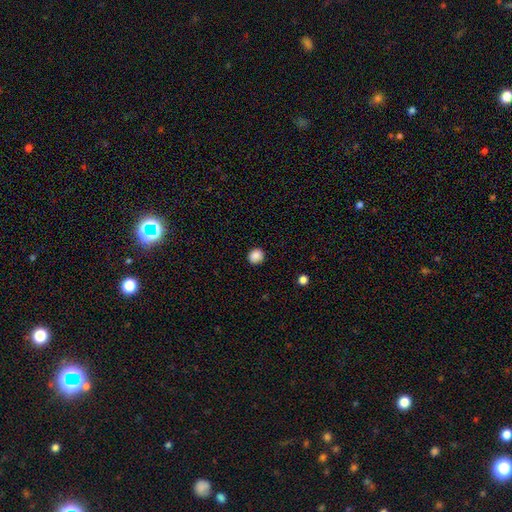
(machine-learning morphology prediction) A smooth galaxy with no disk features (88%) that is round (87%).

Vote fractions:
- Smooth or featured? smooth: 88% / star or artifact: 9% / featured or disk: 3%
- How rounded? round: 87% / in between: 12% / cigar-shaped: 1%
- Merging? none: 91% / minor disturbance: 6% / major disturbance: 2% / merger: 1%